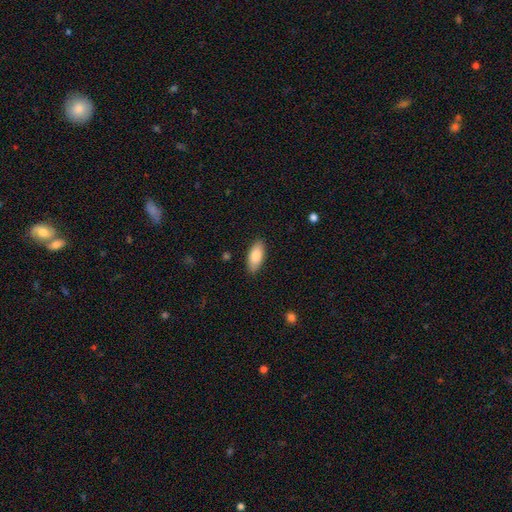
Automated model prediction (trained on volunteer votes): Overall: smooth (86%). How rounded: in between (87%). Merging: none (87%).